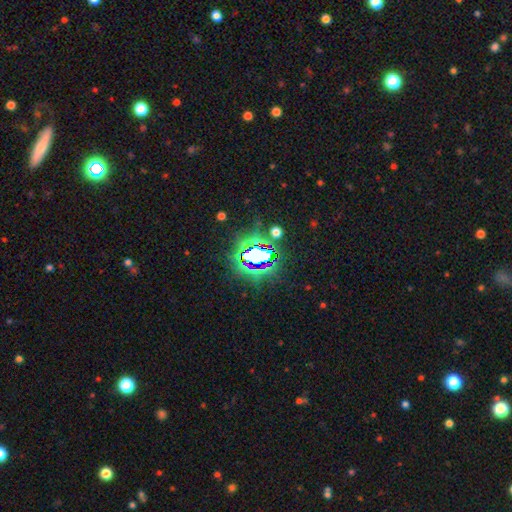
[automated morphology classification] A star or artifact, not a galaxy (70%).